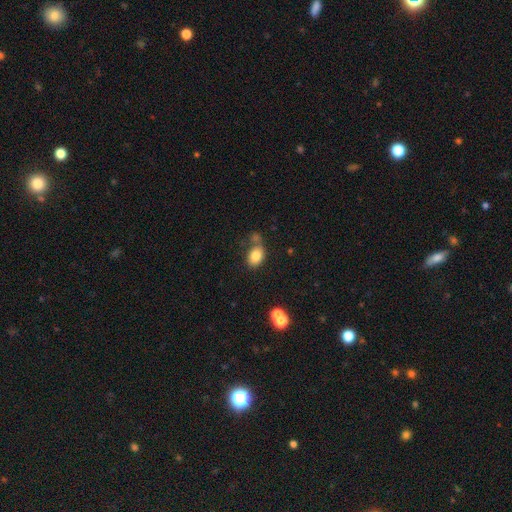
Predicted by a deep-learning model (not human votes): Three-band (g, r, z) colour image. It shows a smooth galaxy with no disk features (81%) that is in between round and cigar-shaped (78%). Merging: none (53%).